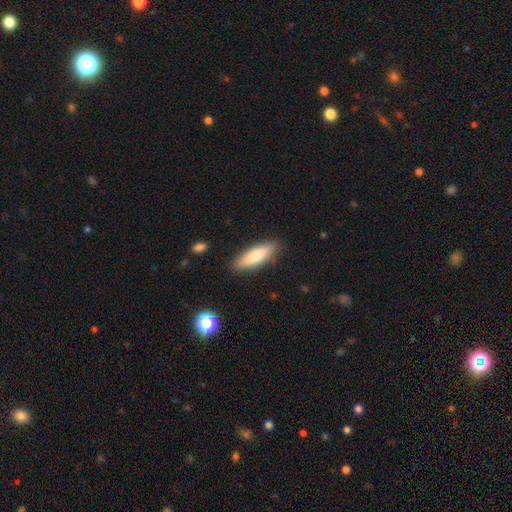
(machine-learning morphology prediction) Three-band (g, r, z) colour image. It shows a smooth galaxy with no disk features (78%) that is in between round and cigar-shaped (52%). Merging: none (84%).